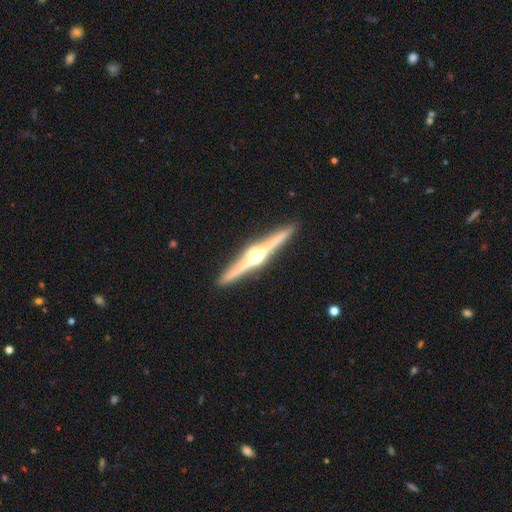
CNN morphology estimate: The model was most divided on "smooth or featured": featured or disk: 86%, smooth: 10%, star or artifact: 5%. More confident: edge-on disk — yes (98%); edge-on bulge — rounded (96%); merging — none (92%).